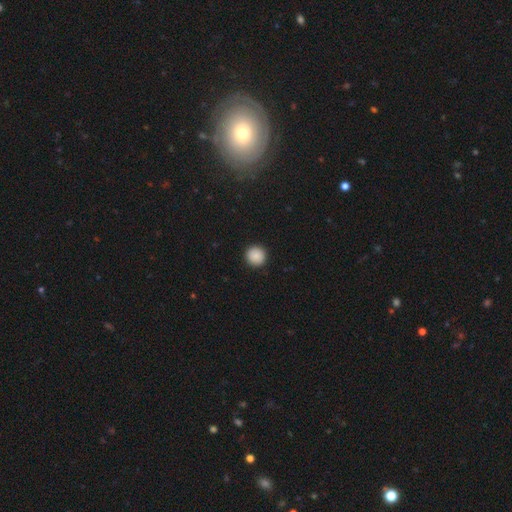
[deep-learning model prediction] A smooth galaxy with no disk features (89%) that is round (95%). Merging: none (93%).